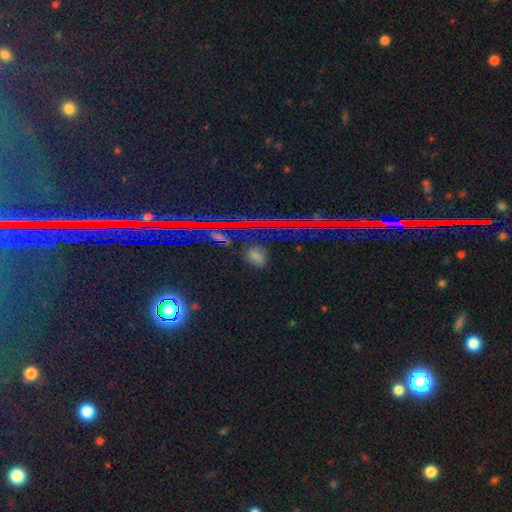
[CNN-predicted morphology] A star or artifact, not a galaxy (48%).

Vote fractions:
- Smooth or featured? star or artifact: 48% / smooth: 42% / featured or disk: 9%